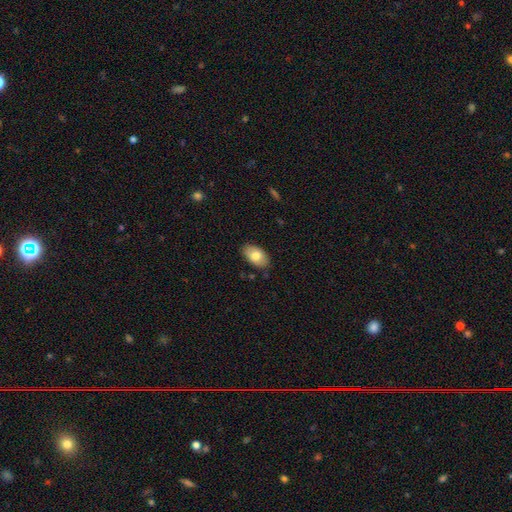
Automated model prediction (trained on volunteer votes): smooth-or-featured: smooth: 76% | featured or disk: 17% | star or artifact: 6%
  how-rounded: in between: 93% | round: 6% | cigar-shaped: 1%
  merging: none: 85% | minor disturbance: 11% | major disturbance: 2% | merger: 1%